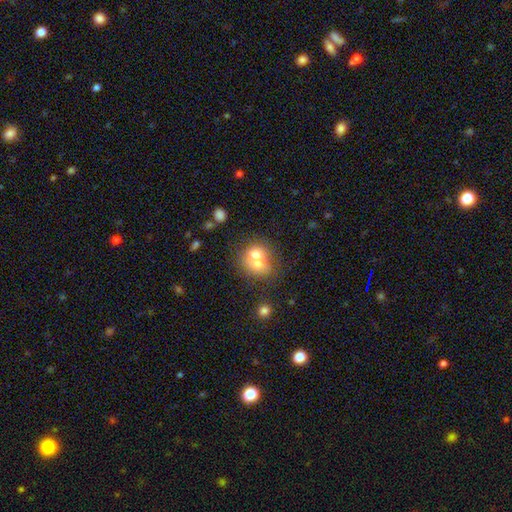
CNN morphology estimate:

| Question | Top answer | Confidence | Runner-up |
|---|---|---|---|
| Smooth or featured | smooth | 66% | featured or disk (24%) |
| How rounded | round | 70% | in between (29%) |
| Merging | merger | 60% | none (28%) |